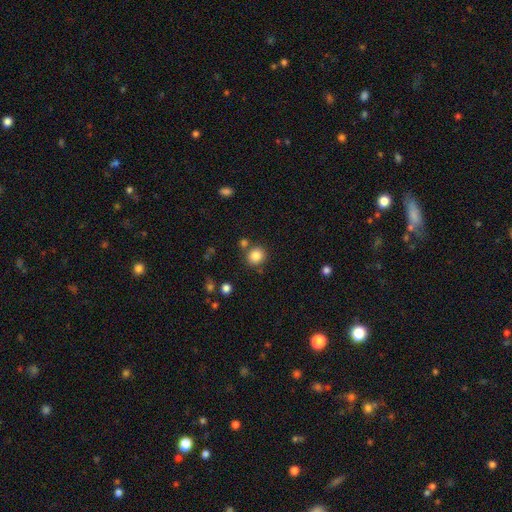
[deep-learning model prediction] Smooth or featured: smooth — 84% (star or artifact — 10%)
How rounded: round — 86% (in between — 13%)
Merging: none — 78% (merger — 10%)